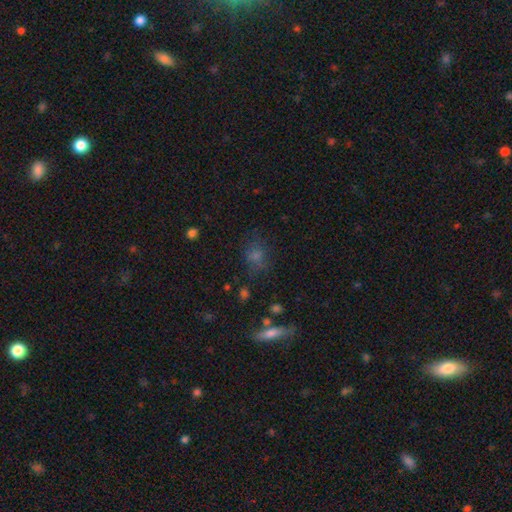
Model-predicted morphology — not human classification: Smooth or featured?
  - smooth: 57% *
  - star or artifact: 27%
  - featured or disk: 17%
How rounded?
  - round: 51% *
  - in between: 44%
  - cigar-shaped: 5%
Merging?
  - none: 73% *
  - minor disturbance: 16%
  - major disturbance: 7%
  - merger: 4%